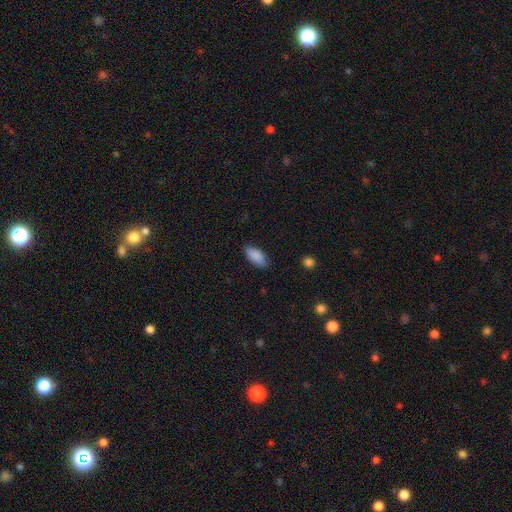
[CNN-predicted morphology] This appears to be a smooth galaxy with no disk features (89%) that is in between round and cigar-shaped (88%). Merging: none (84%).